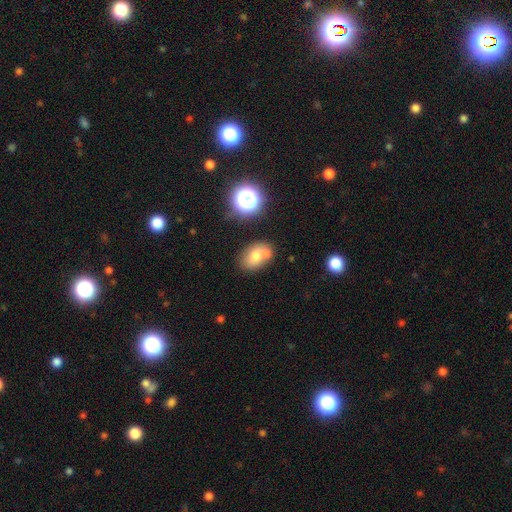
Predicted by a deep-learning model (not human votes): smooth-or-featured: smooth: 70% | featured or disk: 18% | star or artifact: 12%
  how-rounded: in between: 76% | round: 23% | cigar-shaped: 1%
  merging: none: 51% | merger: 31% | minor disturbance: 13% | major disturbance: 5%